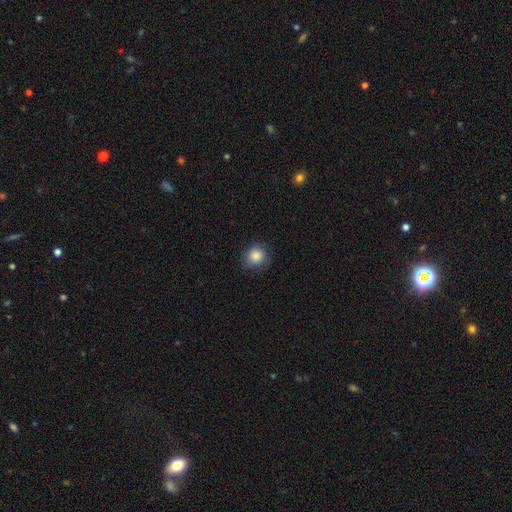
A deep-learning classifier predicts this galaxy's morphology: Q: Smooth or featured?
A: smooth (84%); runner-up: star or artifact (9%)
Q: How rounded?
A: round (86%); runner-up: in between (13%)
Q: Merging?
A: none (79%); runner-up: minor disturbance (16%)